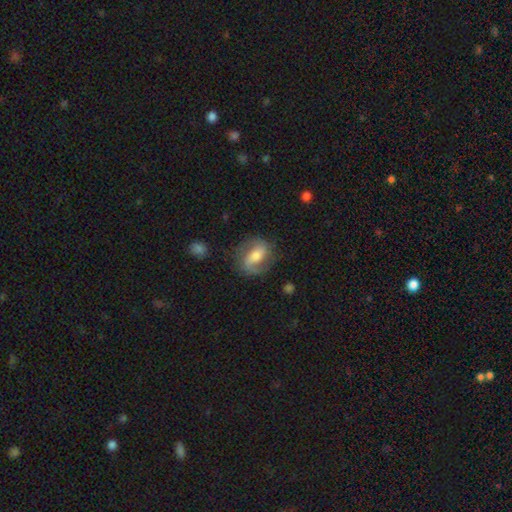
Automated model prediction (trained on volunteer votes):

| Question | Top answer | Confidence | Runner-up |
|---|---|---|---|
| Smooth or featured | featured or disk | 66% | smooth (27%) |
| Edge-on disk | no | 96% | yes (4%) |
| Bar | weak | 42% | strong (32%) |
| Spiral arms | yes | 88% | no (12%) |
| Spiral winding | medium | 46% | loose (32%) |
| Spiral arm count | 2 | 80% | 1 (10%) |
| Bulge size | moderate | 57% | small (25%) |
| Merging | none | 71% | minor disturbance (18%) |